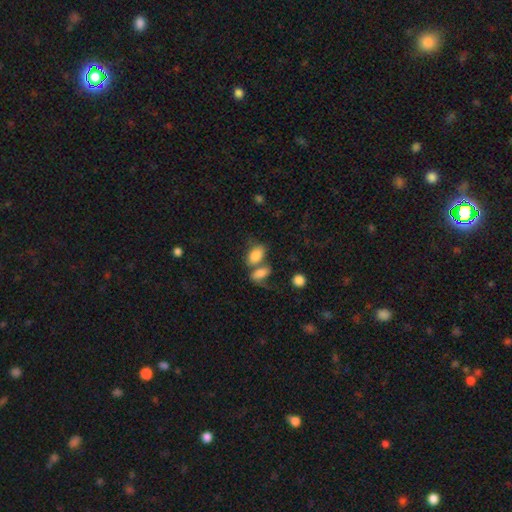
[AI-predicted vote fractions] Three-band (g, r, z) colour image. It shows a smooth galaxy with no disk features (83%) that is in between round and cigar-shaped (89%). Merging: merger (46%).